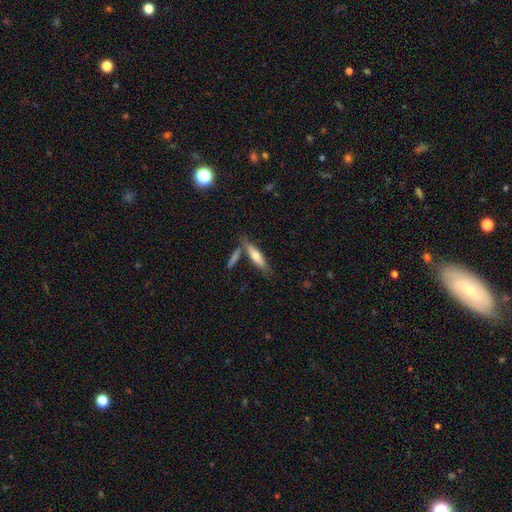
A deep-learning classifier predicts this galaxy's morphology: Smooth or featured?
  - smooth: 58% *
  - featured or disk: 37%
  - star or artifact: 6%
How rounded?
  - cigar-shaped: 74% *
  - in between: 24%
  - round: 2%
Merging?
  - none: 68% *
  - merger: 16%
  - minor disturbance: 13%
  - major disturbance: 4%